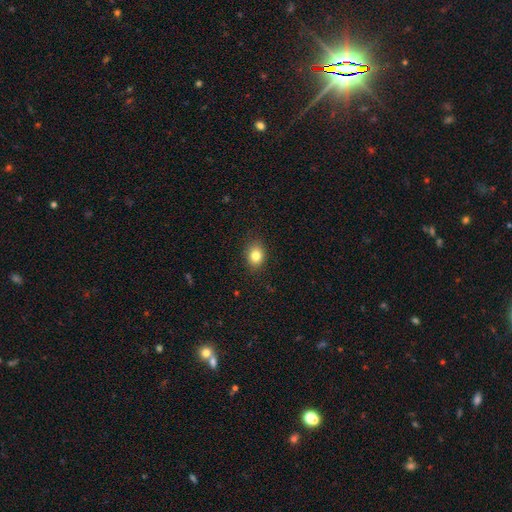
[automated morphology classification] Overall: smooth (82%). How rounded: in between (55%; round 44%). Merging: none (87%).